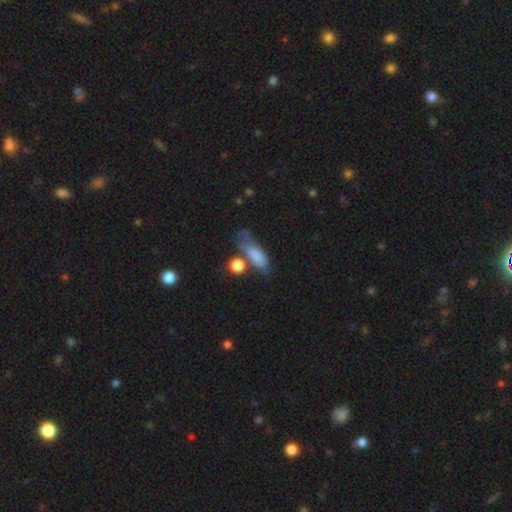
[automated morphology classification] The model was most divided on "merging": none: 39%, minor disturbance: 26%, merger: 19%, major disturbance: 17%. More confident: smooth or featured — smooth (74%); how rounded — in between (65%).